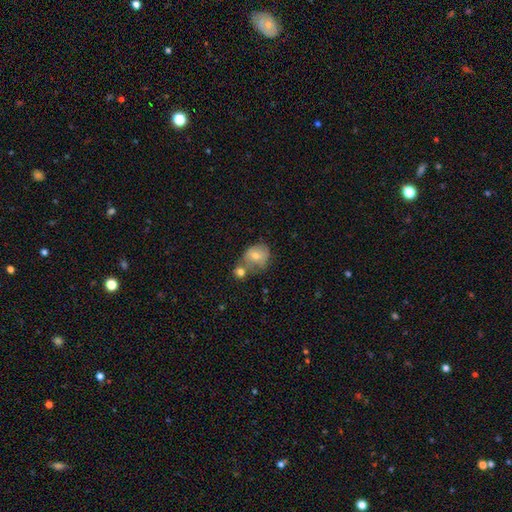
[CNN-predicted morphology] Smooth or featured? Predicted: smooth (p=0.65). How rounded? Predicted: round (p=0.66). Merging? Predicted: none (p=0.41).